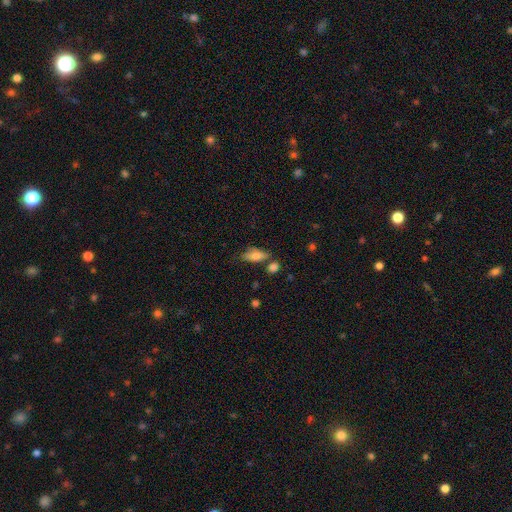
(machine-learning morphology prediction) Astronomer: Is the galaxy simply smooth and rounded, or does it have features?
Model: smooth — 74%.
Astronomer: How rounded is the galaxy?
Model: in between — 77%.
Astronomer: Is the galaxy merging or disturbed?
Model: none — 57%.